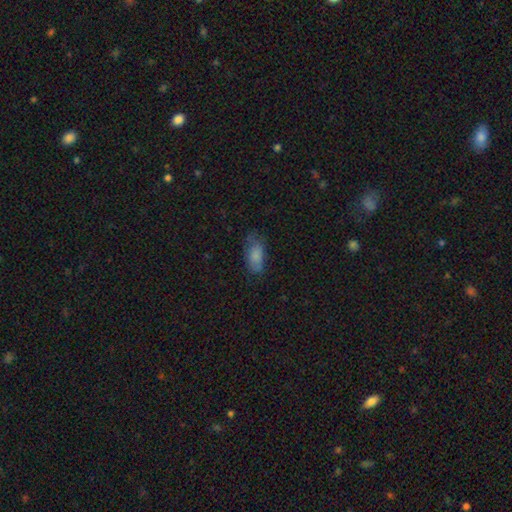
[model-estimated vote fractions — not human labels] This is likely a smooth galaxy (79%). How rounded: clearly in between (89%). Merging: possibly none (60%).